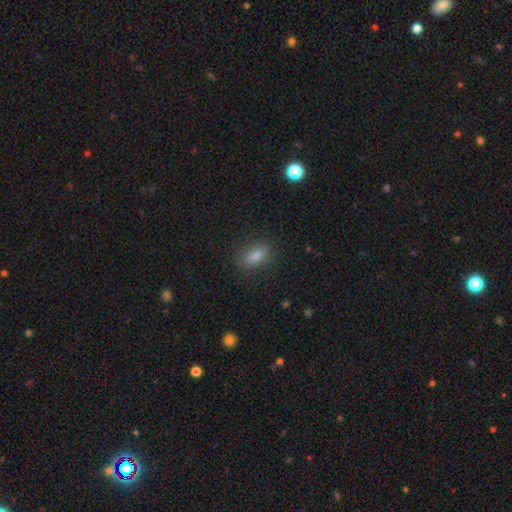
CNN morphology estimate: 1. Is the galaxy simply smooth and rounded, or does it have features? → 78% smooth, 13% star or artifact, 9% featured or disk.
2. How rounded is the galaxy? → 80% in between, 12% round, 8% cigar-shaped.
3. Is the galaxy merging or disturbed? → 82% none, 12% minor disturbance, 4% major disturbance, 1% merger.